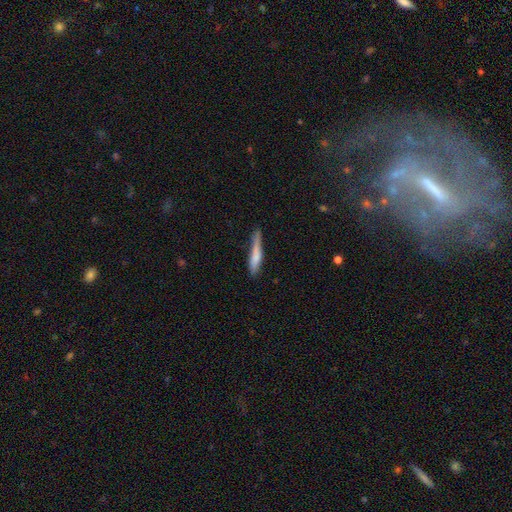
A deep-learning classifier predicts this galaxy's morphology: Smooth or featured? smooth (70%)
How rounded? cigar-shaped (91%)
Merging? none (54%)